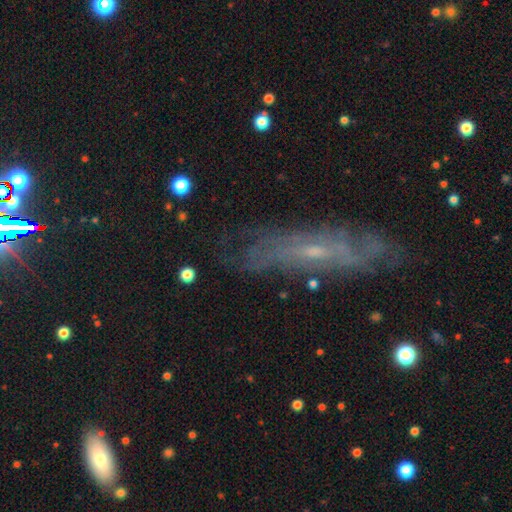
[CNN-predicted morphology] Smooth or featured: featured or disk — 68% (smooth — 20%)
Edge-on disk: no — 58% (yes — 42%)
Merging: none — 76% (minor disturbance — 16%)